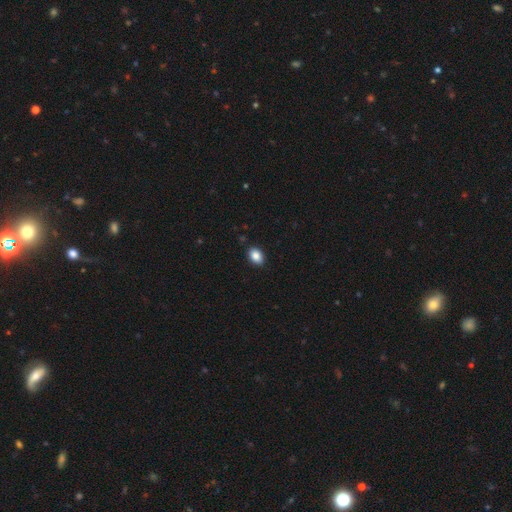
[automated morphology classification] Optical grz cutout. It shows a smooth galaxy with no disk features (87%) that is in between round and cigar-shaped (81%). Merging: none (89%).